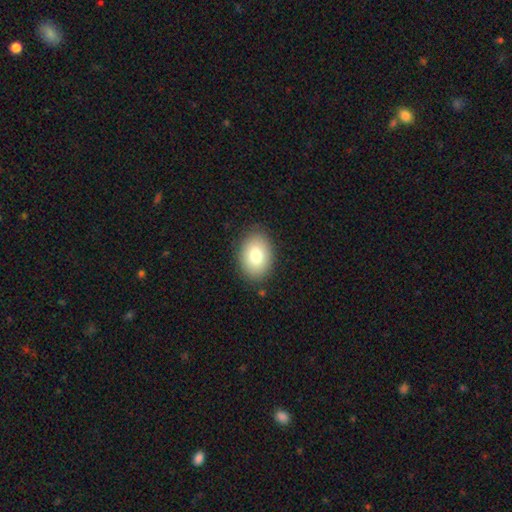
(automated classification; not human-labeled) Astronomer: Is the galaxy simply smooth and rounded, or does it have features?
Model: smooth — 80%.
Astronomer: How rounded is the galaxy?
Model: in between — 72%.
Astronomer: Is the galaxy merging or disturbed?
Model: none — 87%.